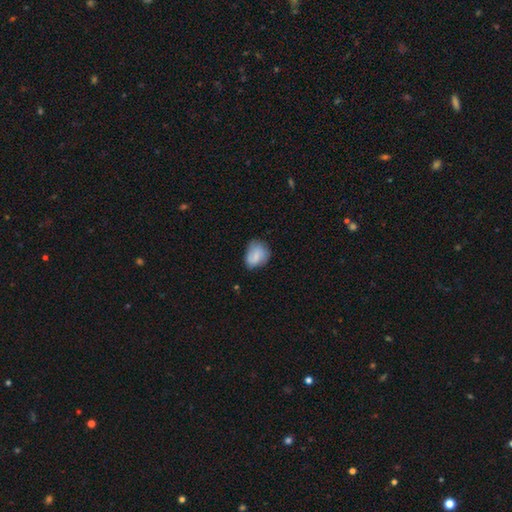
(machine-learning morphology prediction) smooth-or-featured: smooth: 70% | featured or disk: 22% | star or artifact: 8%
  how-rounded: in between: 57% | round: 42% | cigar-shaped: 1%
  merging: none: 56% | minor disturbance: 33% | major disturbance: 10% | merger: 2%